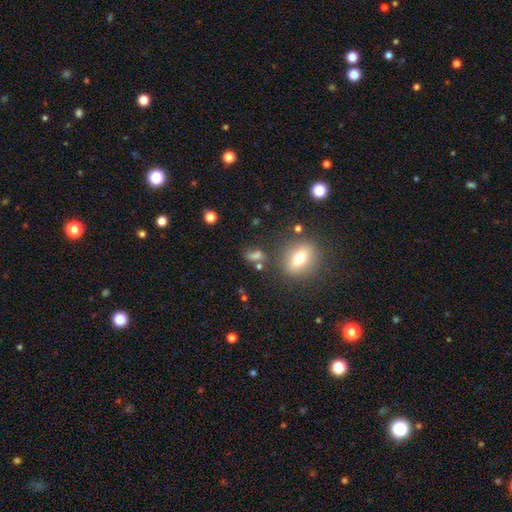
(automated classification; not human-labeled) A smooth galaxy with no disk features (69%) that is in between round and cigar-shaped (63%).

Vote fractions:
- Smooth or featured? smooth: 69% / star or artifact: 18% / featured or disk: 14%
- How rounded? in between: 63% / round: 25% / cigar-shaped: 12%
- Merging? none: 66% / minor disturbance: 15% / merger: 12% / major disturbance: 7%